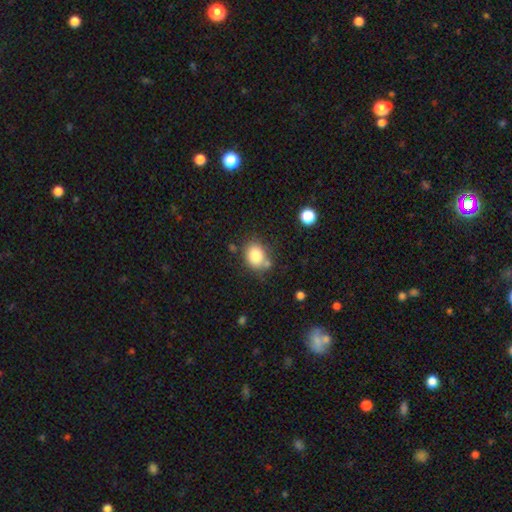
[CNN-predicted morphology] smooth 83%, star or artifact 9%, featured or disk 8%. Down the decision tree: how rounded — round (51%); merging — none (64%).